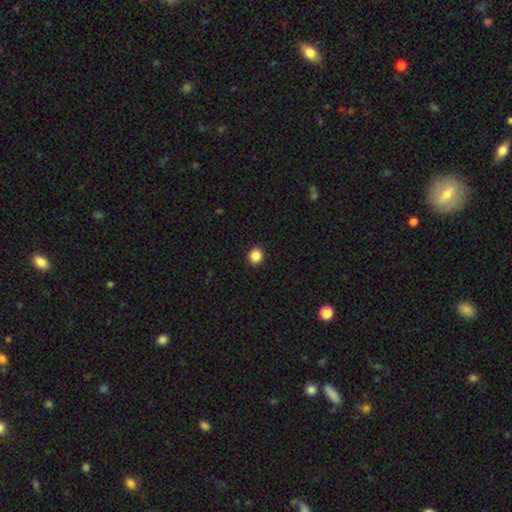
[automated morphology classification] The model was most divided on "how rounded": round: 87%, in between: 12%, cigar-shaped: 1%. More confident: merging — none (92%); smooth or featured — smooth (86%).